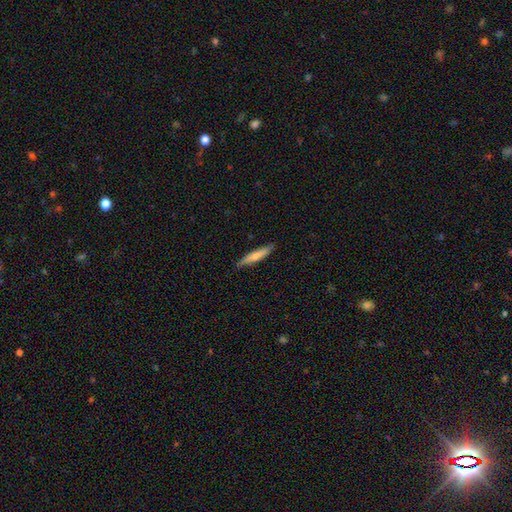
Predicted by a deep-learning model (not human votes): Q: Smooth or featured?
A: smooth (66%); runner-up: featured or disk (29%)
Q: How rounded?
A: cigar-shaped (88%); runner-up: in between (10%)
Q: Merging?
A: none (84%); runner-up: minor disturbance (13%)